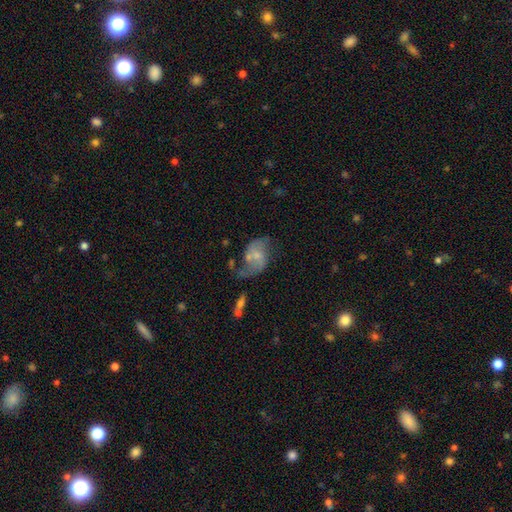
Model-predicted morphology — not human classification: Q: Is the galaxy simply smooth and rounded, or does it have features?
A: featured or disk — 67%.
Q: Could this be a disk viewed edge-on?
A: no — 97%.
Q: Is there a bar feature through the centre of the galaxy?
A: no — 56%.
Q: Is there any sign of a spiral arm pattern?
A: yes — 80%.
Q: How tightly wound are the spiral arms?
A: loose — 60%.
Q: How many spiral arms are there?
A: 2 — 81%.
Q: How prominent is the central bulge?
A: small — 51%.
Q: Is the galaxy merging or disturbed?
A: none — 37%.